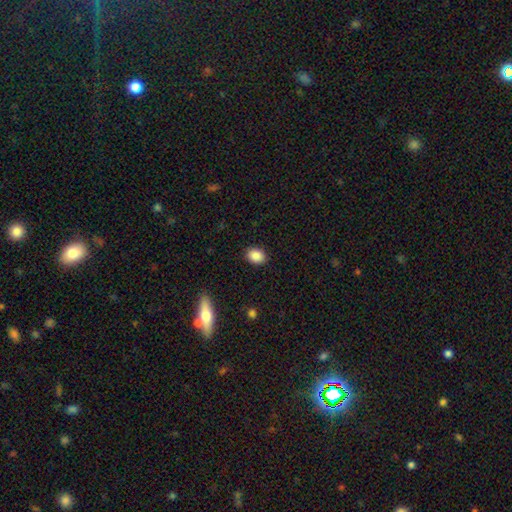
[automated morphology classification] This appears to be a smooth galaxy with no disk features (88%) that is in between round and cigar-shaped (66%). Merging: none (89%).